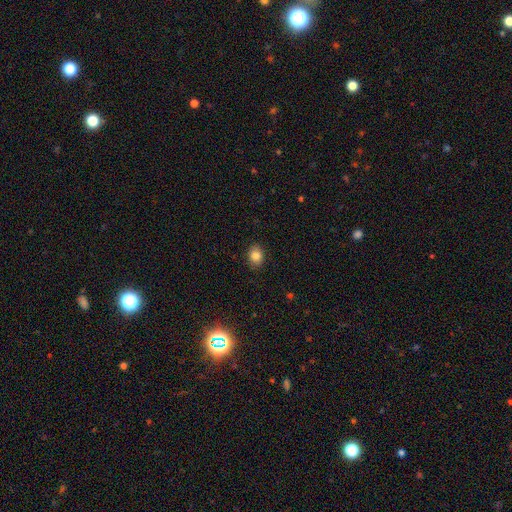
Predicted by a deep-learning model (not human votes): smooth_or_featured: smooth (p=0.83) [alt: star or artifact p=0.10]
how_rounded: in between (p=0.61) [alt: round p=0.38]
merging: none (p=0.87) [alt: minor disturbance p=0.10]